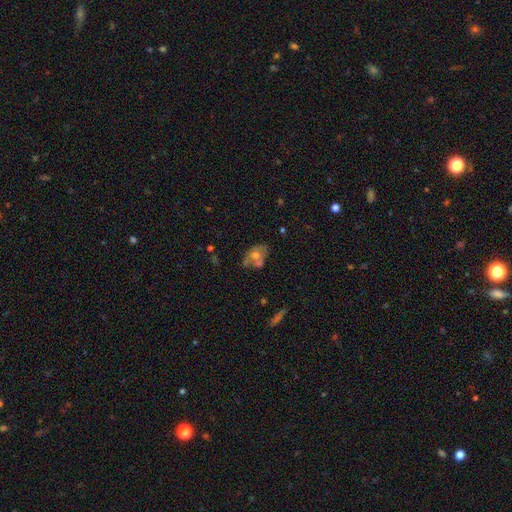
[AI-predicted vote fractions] smooth-or-featured: smooth: 48% | featured or disk: 41% | star or artifact: 11%
  merging: none: 39% | merger: 35% | minor disturbance: 18% | major disturbance: 8%